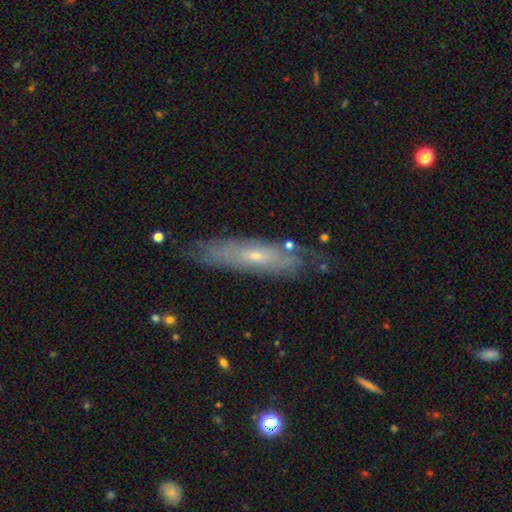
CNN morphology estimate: This is likely a featured or disk galaxy (63%). It is possibly not viewed edge-on (55%). Merging: likely none (74%).